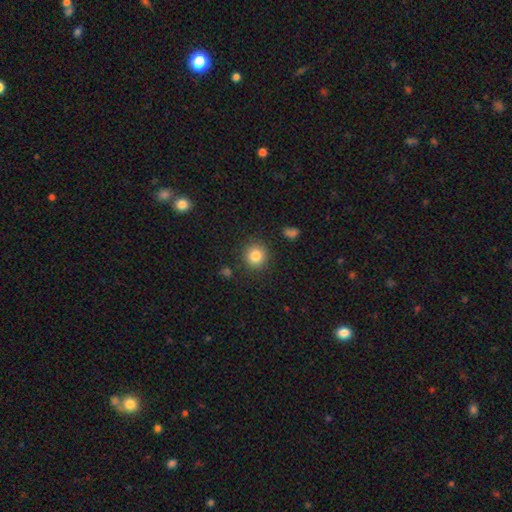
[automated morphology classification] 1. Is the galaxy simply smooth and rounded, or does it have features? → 83% smooth, 11% star or artifact, 6% featured or disk.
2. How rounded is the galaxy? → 92% round, 7% in between, 1% cigar-shaped.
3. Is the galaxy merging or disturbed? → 88% none, 7% minor disturbance, 3% major disturbance, 2% merger.